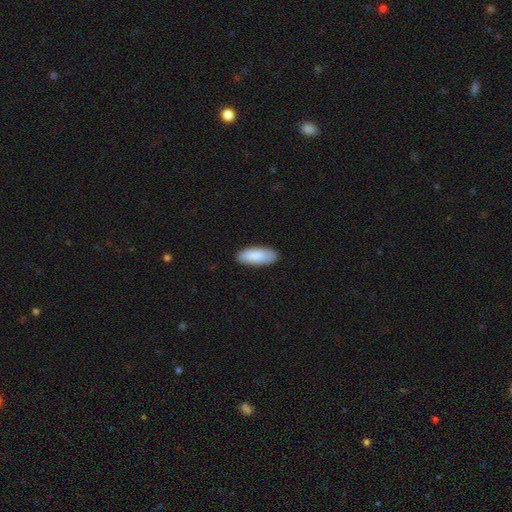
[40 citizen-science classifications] Volunteers were most divided on "how rounded": in between: 86%, cigar-shaped: 14%, round: 0%. More confident: merging — none (97%); smooth or featured — smooth (88%).